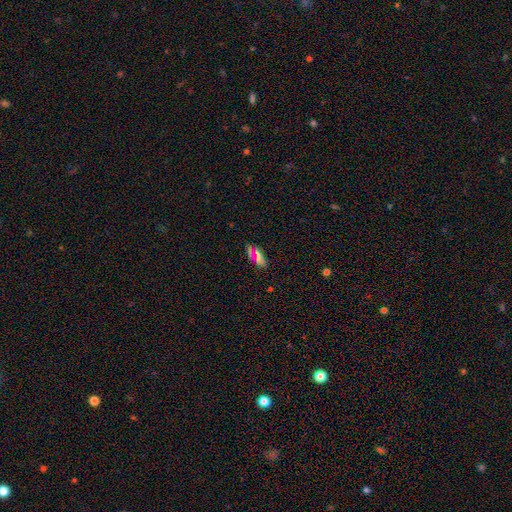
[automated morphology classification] Smooth or featured? Predicted: smooth (p=0.63). How rounded? Predicted: in between (p=0.76). Merging? Predicted: none (p=0.78).